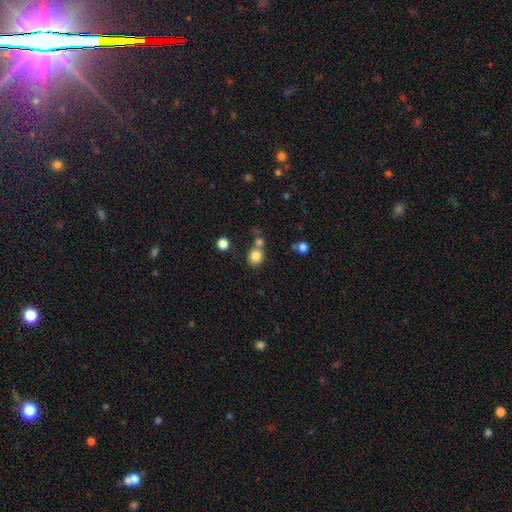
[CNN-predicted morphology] smooth 82%, star or artifact 11%, featured or disk 7%. Down the decision tree: how rounded — round (84%); merging — none (60%).